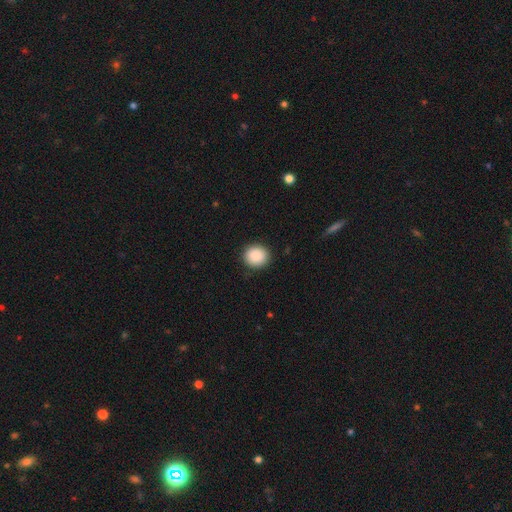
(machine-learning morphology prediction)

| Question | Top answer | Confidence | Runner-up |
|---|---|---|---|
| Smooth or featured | smooth | 89% | star or artifact (8%) |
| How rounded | round | 86% | in between (13%) |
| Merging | none | 91% | minor disturbance (6%) |